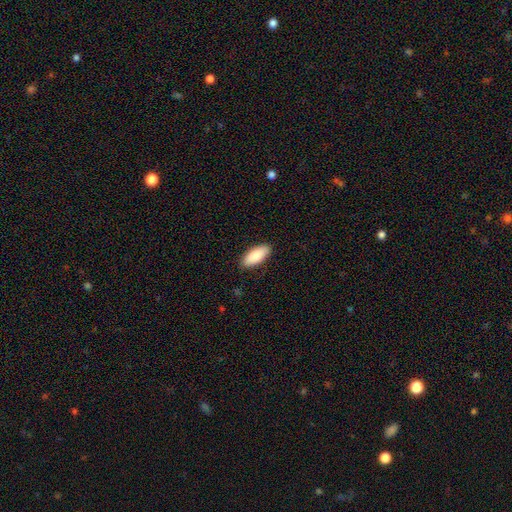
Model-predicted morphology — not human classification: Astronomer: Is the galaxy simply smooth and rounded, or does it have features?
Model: smooth — 86%.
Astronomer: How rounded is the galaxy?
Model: in between — 85%.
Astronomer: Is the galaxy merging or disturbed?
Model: none — 88%.